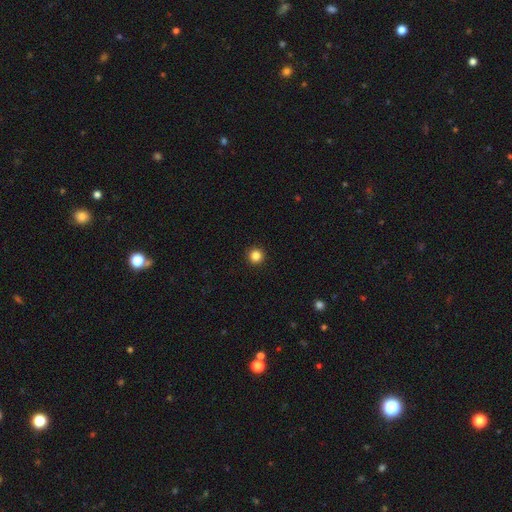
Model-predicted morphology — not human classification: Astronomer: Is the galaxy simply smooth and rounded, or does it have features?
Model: smooth — 85%.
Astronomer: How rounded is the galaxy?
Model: round — 96%.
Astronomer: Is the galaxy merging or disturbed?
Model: none — 94%.